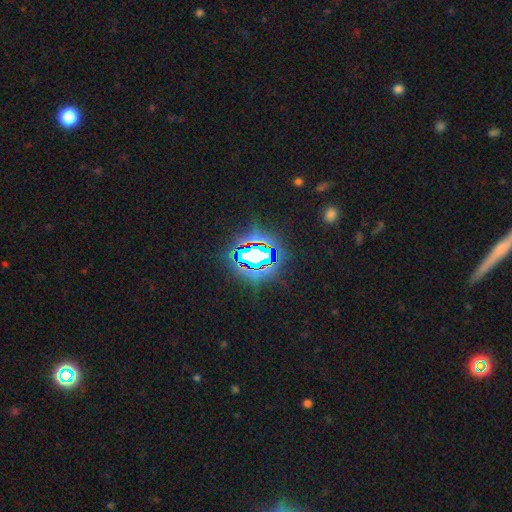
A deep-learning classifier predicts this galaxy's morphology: This appears to be a star or artifact, not a galaxy (72%).